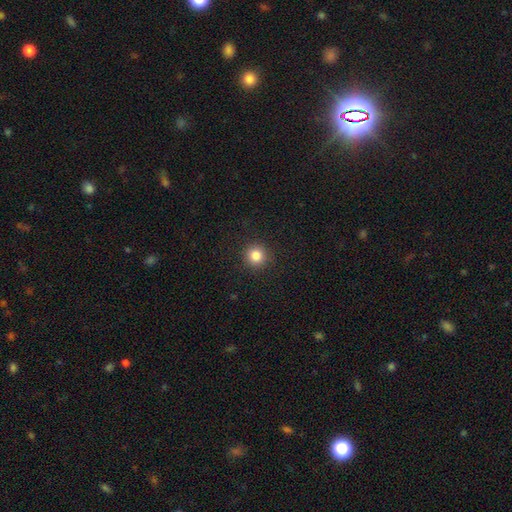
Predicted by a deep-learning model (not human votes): A smooth galaxy with no disk features (84%) that is round (94%). Merging: none (92%).